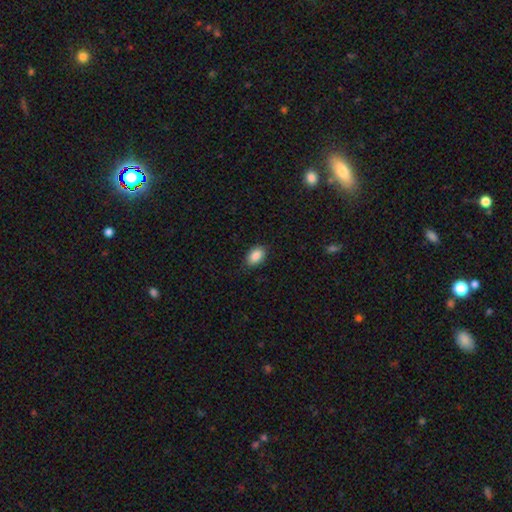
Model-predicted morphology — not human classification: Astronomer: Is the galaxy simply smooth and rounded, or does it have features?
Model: smooth — 89%.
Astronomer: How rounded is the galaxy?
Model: in between — 91%.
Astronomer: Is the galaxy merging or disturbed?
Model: none — 84%.